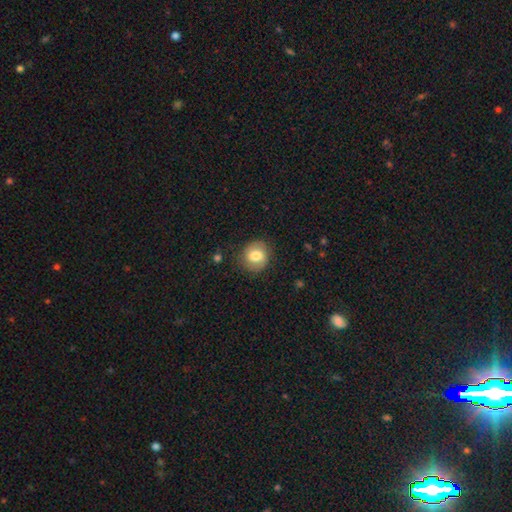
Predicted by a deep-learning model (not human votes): smooth 71%, featured or disk 21%, star or artifact 8%. Down the decision tree: how rounded — round (78%); merging — none (82%).